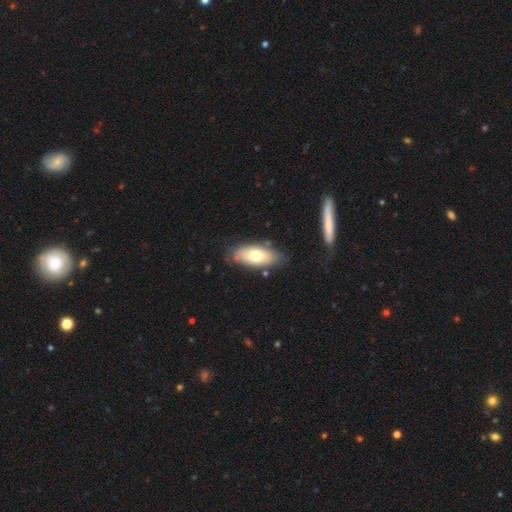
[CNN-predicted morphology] Smooth or featured?
  - smooth: 67% *
  - featured or disk: 27%
  - star or artifact: 7%
How rounded?
  - in between: 88% *
  - cigar-shaped: 9%
  - round: 3%
Merging?
  - none: 75% *
  - minor disturbance: 17%
  - major disturbance: 4%
  - merger: 4%